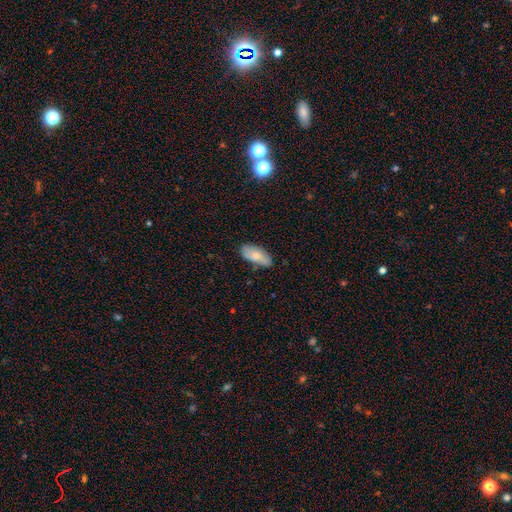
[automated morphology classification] Smooth or featured?
  - smooth: 75% *
  - featured or disk: 18%
  - star or artifact: 7%
How rounded?
  - in between: 89% *
  - cigar-shaped: 9%
  - round: 2%
Merging?
  - none: 67% *
  - minor disturbance: 26%
  - major disturbance: 5%
  - merger: 3%